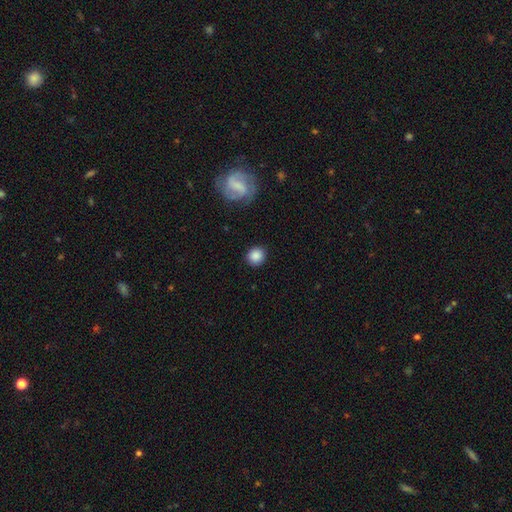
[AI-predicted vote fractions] A smooth galaxy with no disk features (86%) that is round (87%).

Vote fractions:
- Smooth or featured? smooth: 86% / star or artifact: 8% / featured or disk: 6%
- How rounded? round: 87% / in between: 12% / cigar-shaped: 1%
- Merging? none: 88% / minor disturbance: 8% / major disturbance: 3% / merger: 2%